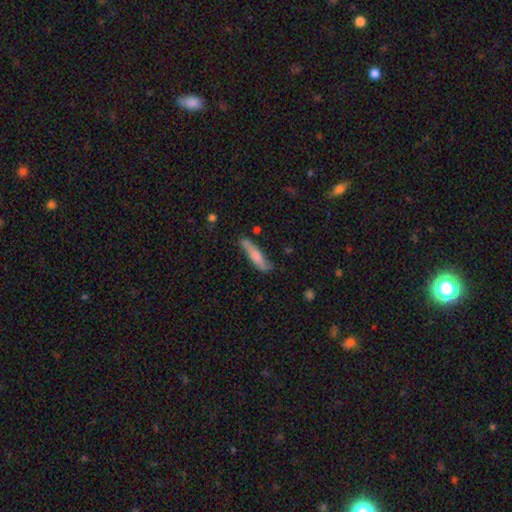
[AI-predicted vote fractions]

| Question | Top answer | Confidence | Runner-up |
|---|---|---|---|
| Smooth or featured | smooth | 66% | featured or disk (28%) |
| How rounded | cigar-shaped | 82% | in between (17%) |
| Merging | none | 69% | minor disturbance (23%) |